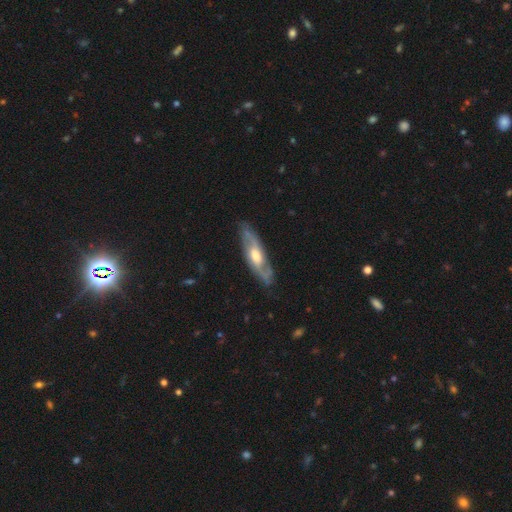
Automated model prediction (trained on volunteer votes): Smooth or featured? featured or disk (76%)
Edge-on disk? no (71%)
Bar? no (50%)
Spiral arms? yes (86%)
Bulge size? moderate (67%)
Merging? none (79%)